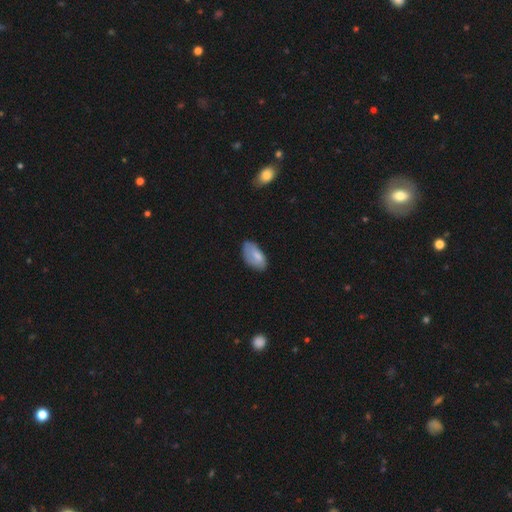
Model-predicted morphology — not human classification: Smooth or featured? Predicted: smooth (p=0.75). How rounded? Predicted: in between (p=0.94). Merging? Predicted: none (p=0.60).